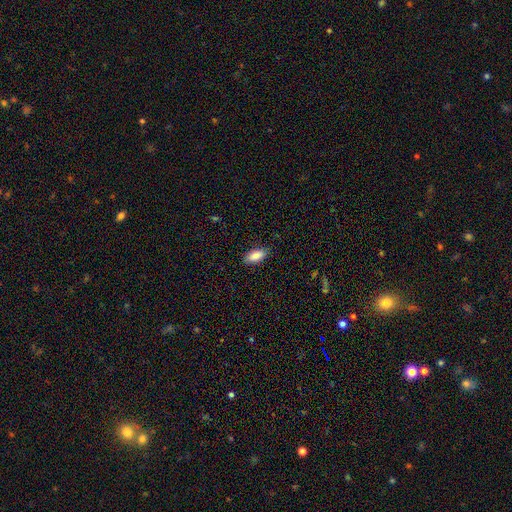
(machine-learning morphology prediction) type=smooth (87%); roundness=in between (85%); merging=none (86%).